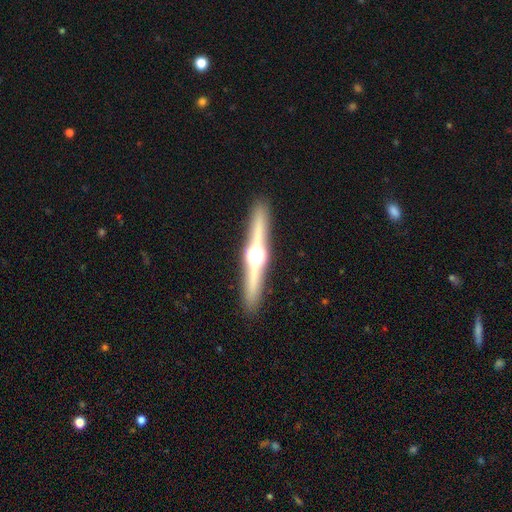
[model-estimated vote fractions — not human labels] This appears to be a featured or disk galaxy (76%) viewed edge-on (97%) with a rounded central bulge (95%). Merging: none (90%).